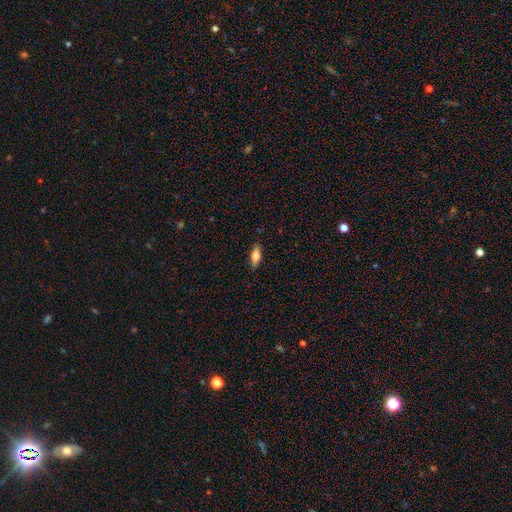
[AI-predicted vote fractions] Morphology: type=smooth (70%); roundness=in between (70%); merging=none (87%).